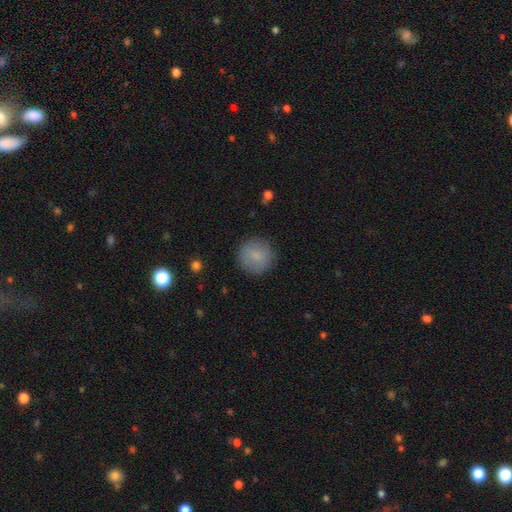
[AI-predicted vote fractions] Smooth or featured? Predicted: smooth (p=0.84). How rounded? Predicted: round (p=0.95). Merging? Predicted: none (p=0.89).